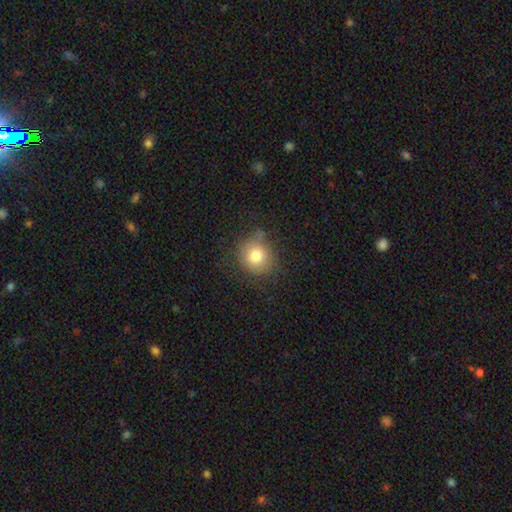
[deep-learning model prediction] smooth_or_featured: smooth (p=0.77) [alt: star or artifact p=0.12]
how_rounded: round (p=0.82) [alt: in between p=0.17]
merging: none (p=0.74) [alt: minor disturbance p=0.18]